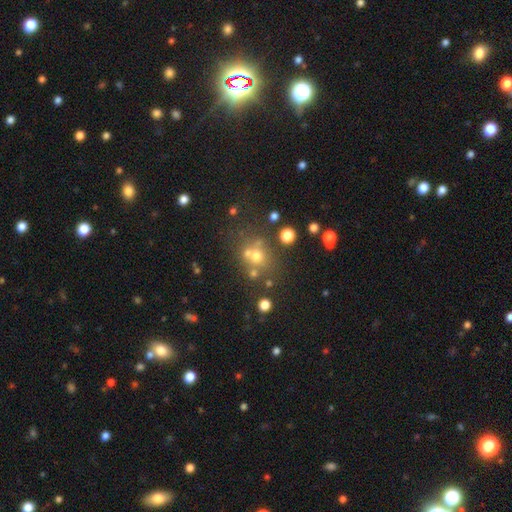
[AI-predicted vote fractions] smooth 57%, star or artifact 23%, featured or disk 20%. Down the decision tree: how rounded — round (77%); merging — none (55%).